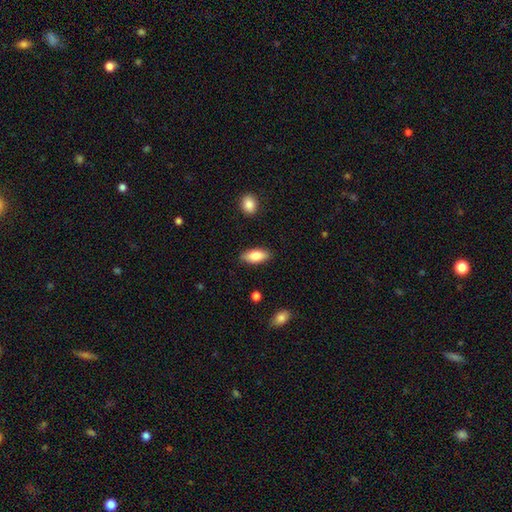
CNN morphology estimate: type=smooth (83%); roundness=in between (84%); merging=none (86%).